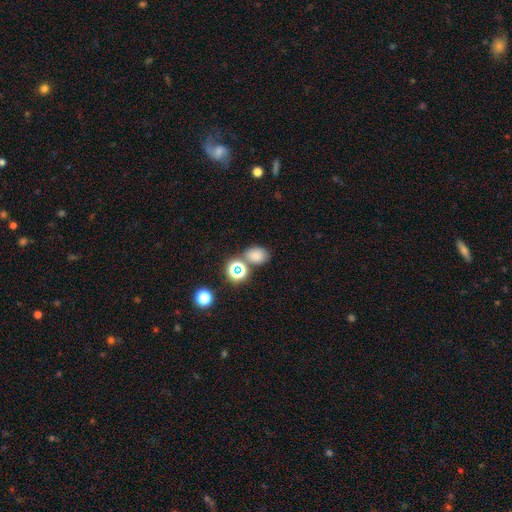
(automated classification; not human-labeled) Smooth or featured? Predicted: smooth (p=0.74). How rounded? Predicted: in between (p=0.61). Merging? Predicted: none (p=0.64).